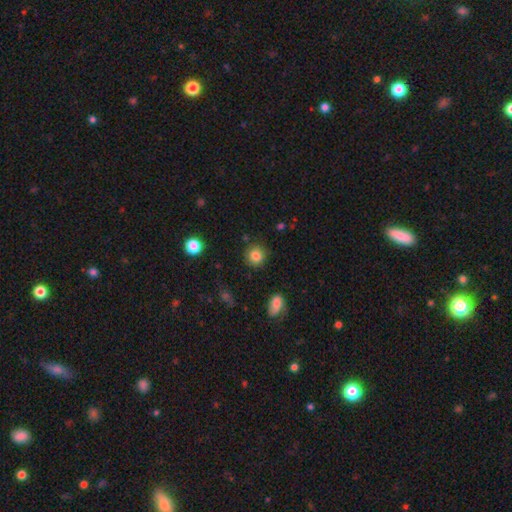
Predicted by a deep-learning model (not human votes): smooth 84%, star or artifact 11%, featured or disk 5%. Down the decision tree: how rounded — round (89%); merging — none (87%).